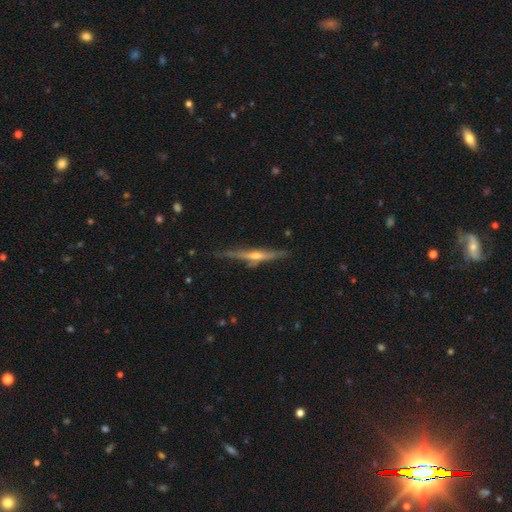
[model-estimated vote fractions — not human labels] Smooth or featured? Predicted: featured or disk (p=0.76). Edge-on disk? Predicted: yes (p=0.97). Edge-on bulge? Predicted: rounded (p=0.80). Merging? Predicted: none (p=0.79).